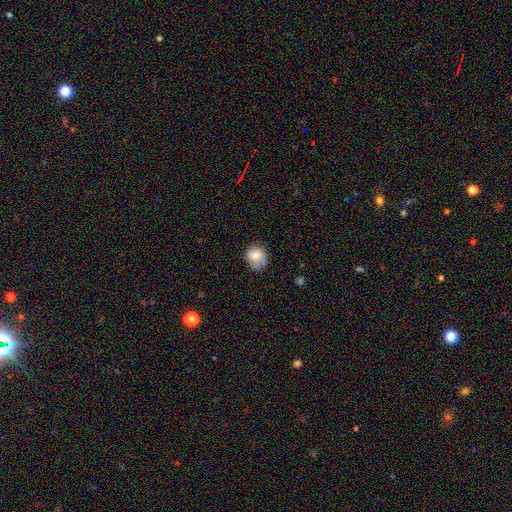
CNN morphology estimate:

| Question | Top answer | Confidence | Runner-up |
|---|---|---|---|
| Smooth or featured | smooth | 79% | featured or disk (12%) |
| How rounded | round | 73% | in between (27%) |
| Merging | none | 62% | minor disturbance (27%) |